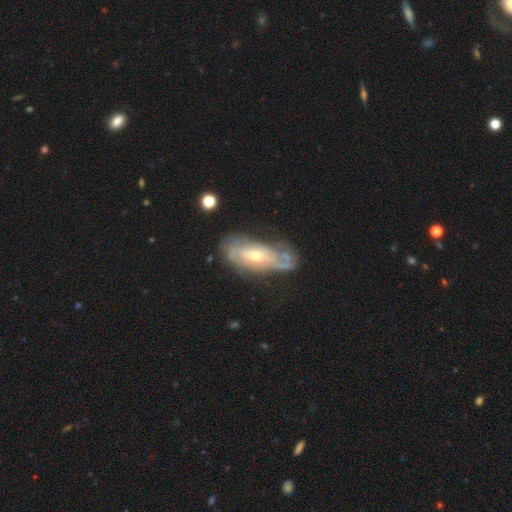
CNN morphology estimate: Smooth or featured?
  - featured or disk: 73% *
  - smooth: 20%
  - star or artifact: 7%
Edge-on disk?
  - no: 87% *
  - yes: 13%
Bar?
  - no: 63% *
  - weak: 29%
  - strong: 7%
Spiral arms?
  - yes: 71% *
  - no: 29%
Bulge size?
  - moderate: 53% *
  - small: 42%
  - large: 3%
  - none: 1%
  - dominant: 1%
Merging?
  - none: 52% *
  - minor disturbance: 26%
  - major disturbance: 15%
  - merger: 6%